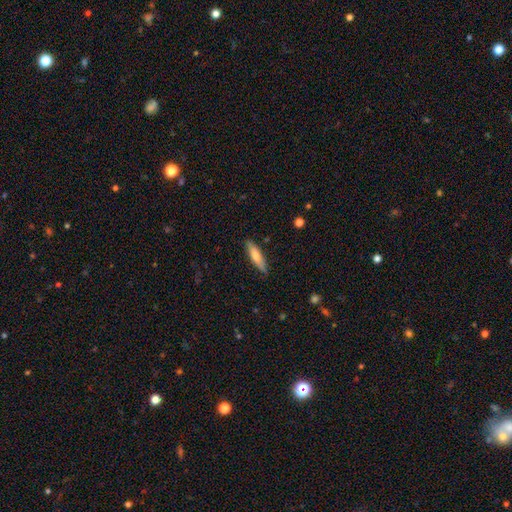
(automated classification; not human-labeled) A smooth galaxy with no disk features (69%) that is cigar-shaped (72%). Merging: none (85%).